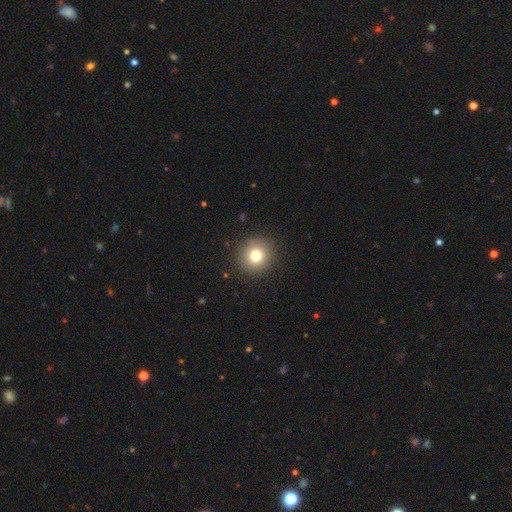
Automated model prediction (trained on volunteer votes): Smooth or featured?
  - smooth: 77% *
  - star or artifact: 12%
  - featured or disk: 11%
How rounded?
  - round: 92% *
  - in between: 7%
  - cigar-shaped: 1%
Merging?
  - none: 90% *
  - minor disturbance: 7%
  - major disturbance: 3%
  - merger: 1%